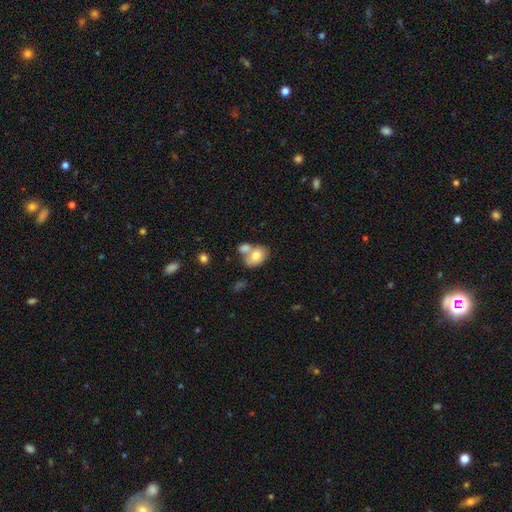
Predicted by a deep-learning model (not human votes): A smooth galaxy with no disk features (73%) that is in between round and cigar-shaped (75%).

Vote fractions:
- Smooth or featured? smooth: 73% / featured or disk: 19% / star or artifact: 8%
- How rounded? in between: 75% / round: 23% / cigar-shaped: 1%
- Merging? merger: 50% / none: 34% / minor disturbance: 11% / major disturbance: 5%